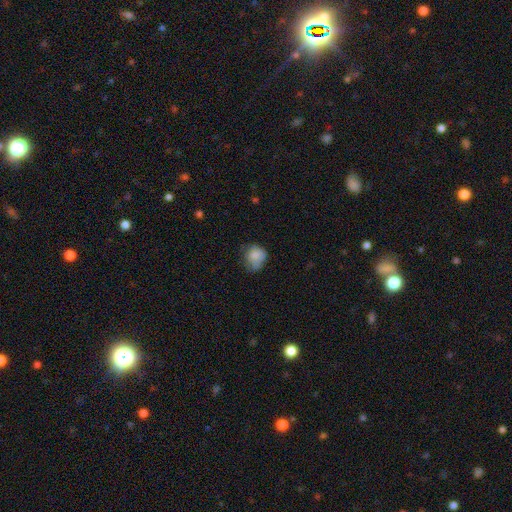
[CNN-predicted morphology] type=smooth (77%); roundness=round (63%); merging=none (42%).